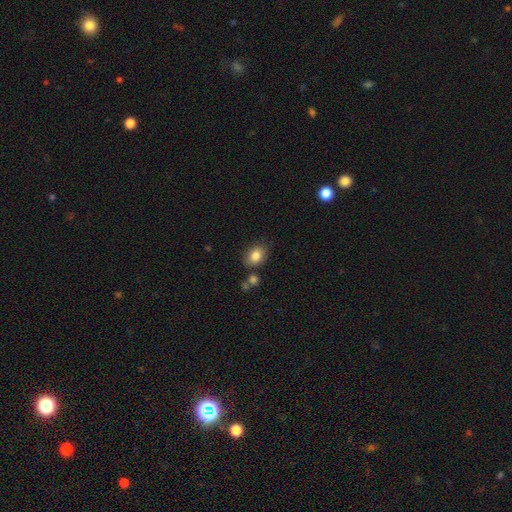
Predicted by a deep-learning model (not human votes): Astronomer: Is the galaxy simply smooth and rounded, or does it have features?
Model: smooth — 83%.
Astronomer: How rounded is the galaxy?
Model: in between — 68%.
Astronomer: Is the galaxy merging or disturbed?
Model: none — 74%.